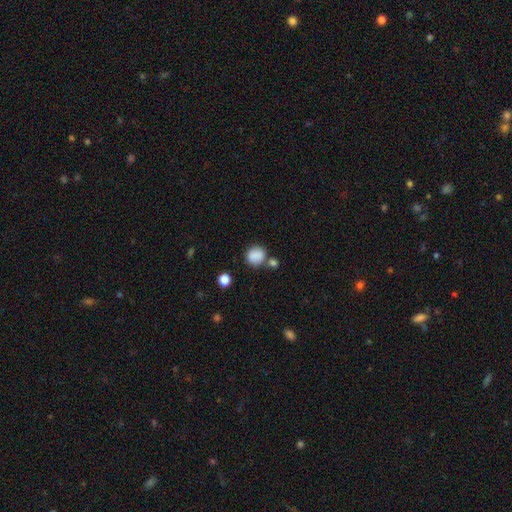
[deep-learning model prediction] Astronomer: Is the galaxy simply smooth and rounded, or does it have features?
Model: smooth — 85%.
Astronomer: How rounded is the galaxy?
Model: round — 80%.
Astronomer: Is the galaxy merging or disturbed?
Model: none — 63%.